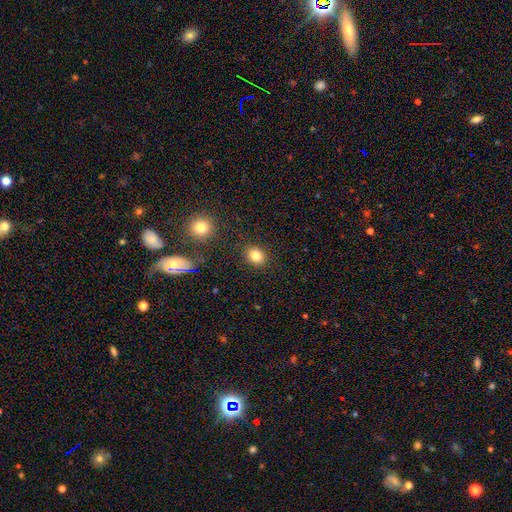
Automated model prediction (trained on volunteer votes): Smooth or featured?
  - smooth: 82% *
  - star or artifact: 12%
  - featured or disk: 6%
How rounded?
  - round: 54% *
  - in between: 45%
  - cigar-shaped: 1%
Merging?
  - none: 87% *
  - minor disturbance: 8%
  - major disturbance: 3%
  - merger: 2%